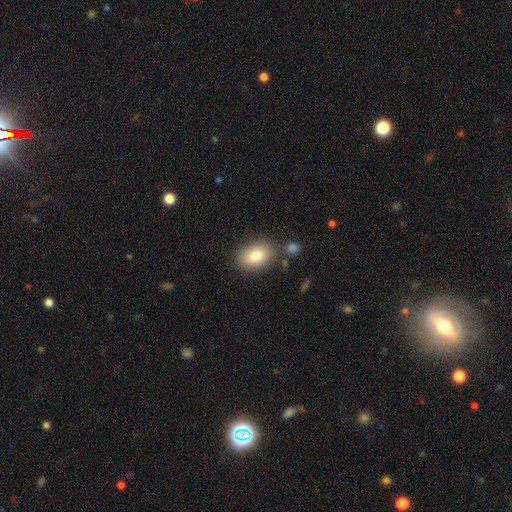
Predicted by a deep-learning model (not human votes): Q: Smooth or featured?
A: smooth (83%); runner-up: featured or disk (9%)
Q: How rounded?
A: in between (85%); runner-up: round (13%)
Q: Merging?
A: none (80%); runner-up: minor disturbance (12%)